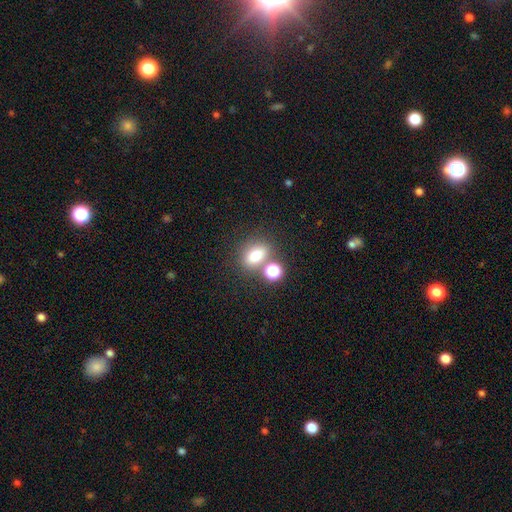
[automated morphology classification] The model was most divided on "how rounded": in between: 67%, round: 29%, cigar-shaped: 3%. More confident: smooth or featured — smooth (76%); merging — none (62%).